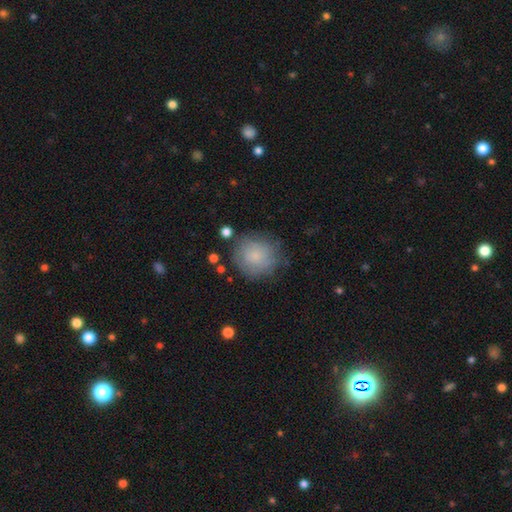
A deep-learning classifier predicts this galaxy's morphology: smooth-or-featured: smooth: 74% | featured or disk: 17% | star or artifact: 9%
  how-rounded: round: 89% | in between: 10% | cigar-shaped: 1%
  merging: none: 72% | minor disturbance: 18% | major disturbance: 7% | merger: 3%